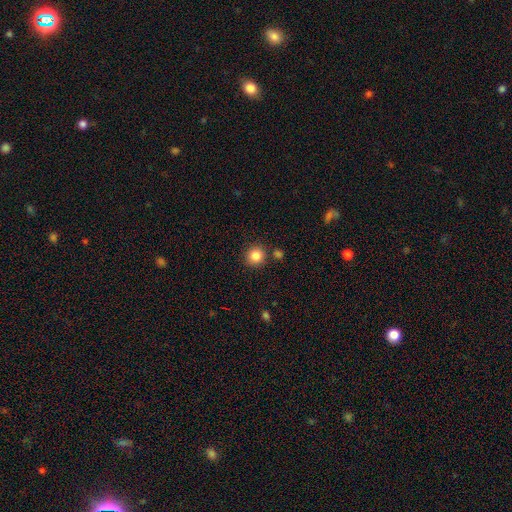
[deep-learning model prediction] Smooth or featured: smooth — 85% (star or artifact — 10%)
How rounded: round — 92% (in between — 7%)
Merging: none — 84% (minor disturbance — 8%)